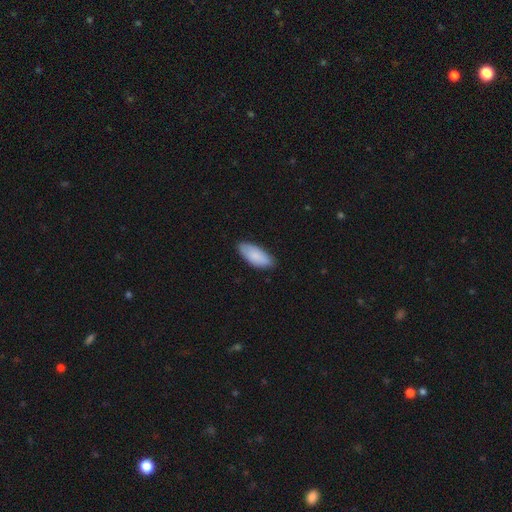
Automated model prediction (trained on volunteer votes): This appears to be a smooth galaxy with no disk features (86%) that is in between round and cigar-shaped (85%). Merging: none (82%).